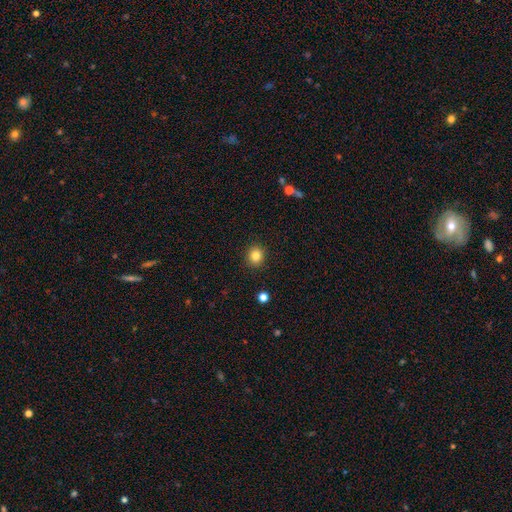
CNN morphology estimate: Q: Smooth or featured?
A: smooth (83%); runner-up: star or artifact (11%)
Q: How rounded?
A: round (84%); runner-up: in between (15%)
Q: Merging?
A: none (91%); runner-up: minor disturbance (6%)